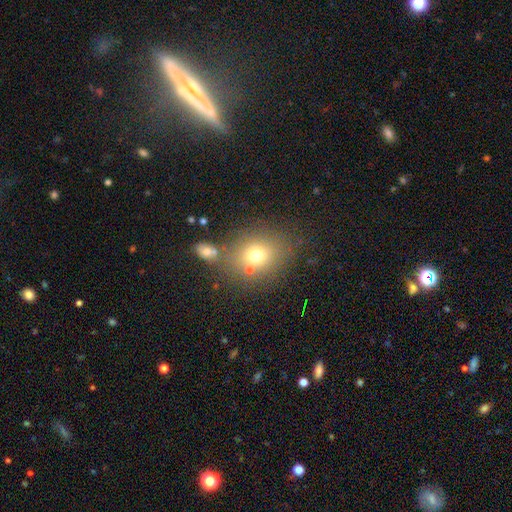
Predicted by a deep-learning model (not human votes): smooth_or_featured: smooth (p=0.70) [alt: star or artifact p=0.16]
how_rounded: round (p=0.62) [alt: in between p=0.36]
merging: none (p=0.67) [alt: merger p=0.15]